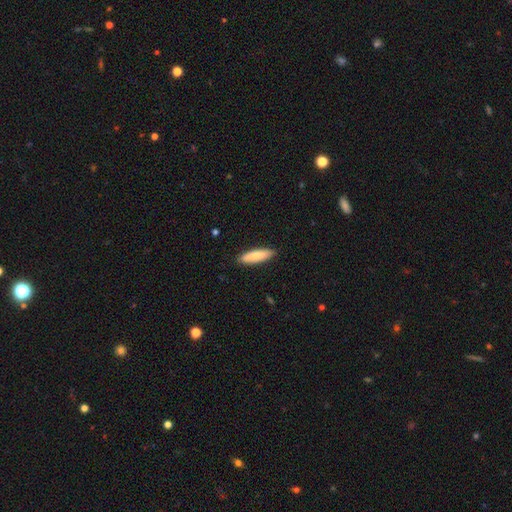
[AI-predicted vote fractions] Overall: smooth (81%). How rounded: cigar-shaped (65%; in between 34%). Merging: none (89%).